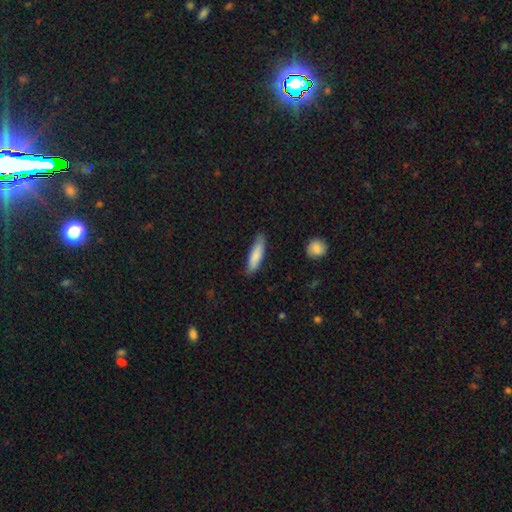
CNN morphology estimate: Smooth or featured?
  - smooth: 83% *
  - featured or disk: 12%
  - star or artifact: 5%
How rounded?
  - cigar-shaped: 67% *
  - in between: 31%
  - round: 1%
Merging?
  - none: 80% *
  - minor disturbance: 16%
  - major disturbance: 2%
  - merger: 1%